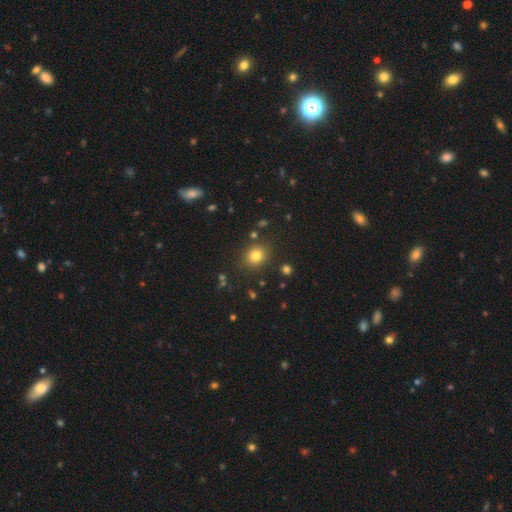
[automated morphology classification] This appears to be a smooth galaxy with no disk features (80%) that is round (69%). Merging: none (85%).